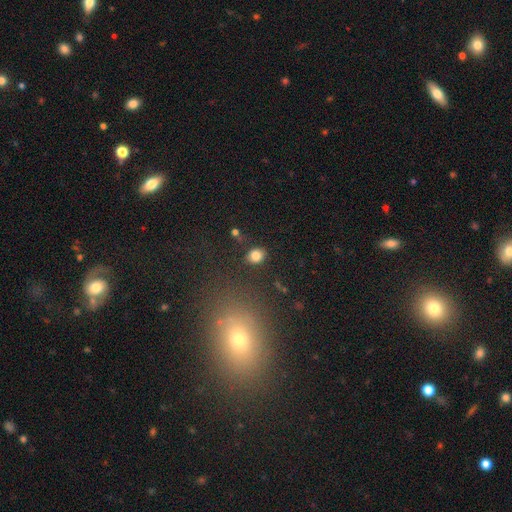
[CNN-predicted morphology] Smooth or featured? smooth (82%)
How rounded? round (56%)
Merging? none (82%)